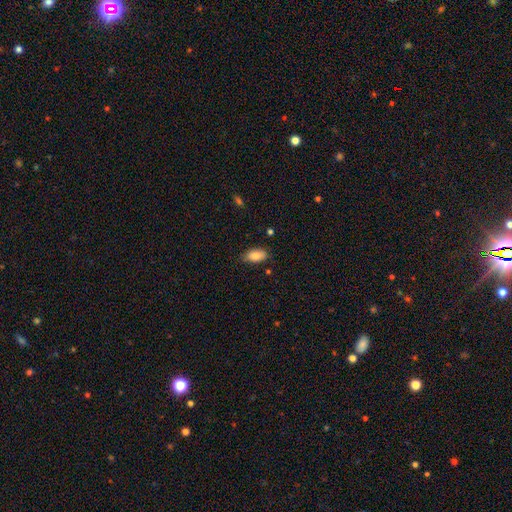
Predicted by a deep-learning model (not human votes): Smooth or featured: smooth — 85% (featured or disk — 8%)
How rounded: in between — 92% (cigar-shaped — 5%)
Merging: none — 80% (minor disturbance — 16%)